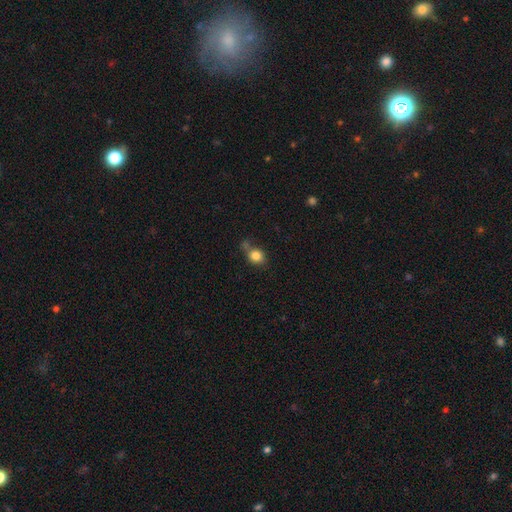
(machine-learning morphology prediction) Q: Smooth or featured?
A: smooth (82%); runner-up: star or artifact (10%)
Q: How rounded?
A: round (62%); runner-up: in between (37%)
Q: Merging?
A: none (53%); runner-up: minor disturbance (21%)